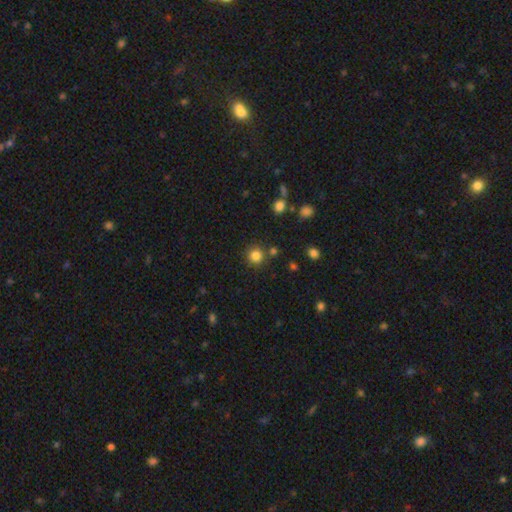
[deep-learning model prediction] Q: Smooth or featured?
A: smooth (82%); runner-up: star or artifact (13%)
Q: How rounded?
A: round (93%); runner-up: in between (6%)
Q: Merging?
A: none (84%); runner-up: minor disturbance (7%)